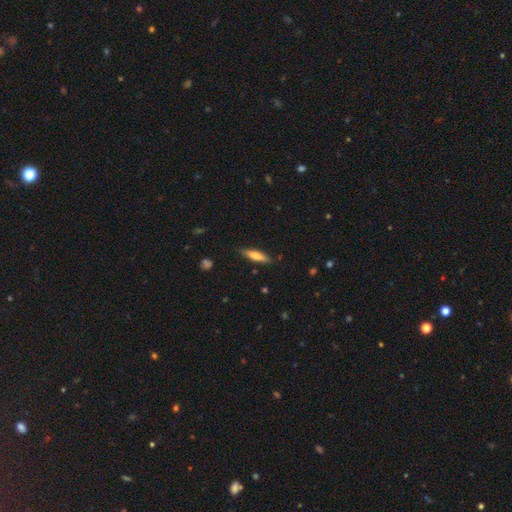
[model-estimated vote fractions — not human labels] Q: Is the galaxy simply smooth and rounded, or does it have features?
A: smooth — 65%.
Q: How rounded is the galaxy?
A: cigar-shaped — 76%.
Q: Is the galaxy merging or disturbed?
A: none — 85%.